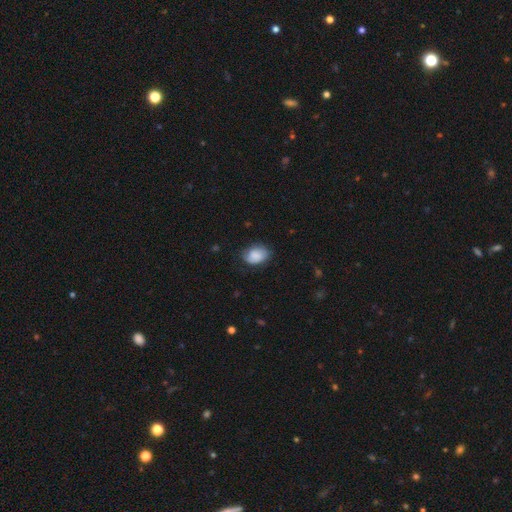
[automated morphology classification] Smooth or featured?
  - smooth: 80% *
  - featured or disk: 13%
  - star or artifact: 7%
How rounded?
  - in between: 77% *
  - round: 22%
  - cigar-shaped: 1%
Merging?
  - none: 67% *
  - minor disturbance: 25%
  - major disturbance: 7%
  - merger: 1%